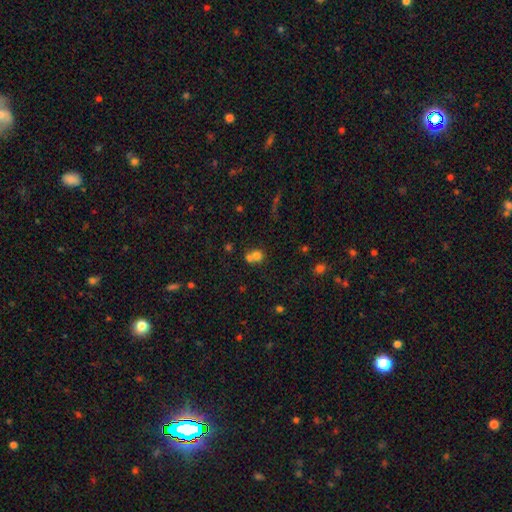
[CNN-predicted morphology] A smooth galaxy with no disk features (70%) that is round (76%).

Vote fractions:
- Smooth or featured? smooth: 70% / star or artifact: 15% / featured or disk: 15%
- How rounded? round: 76% / in between: 23% / cigar-shaped: 1%
- Merging? merger: 58% / none: 33% / minor disturbance: 6% / major disturbance: 3%